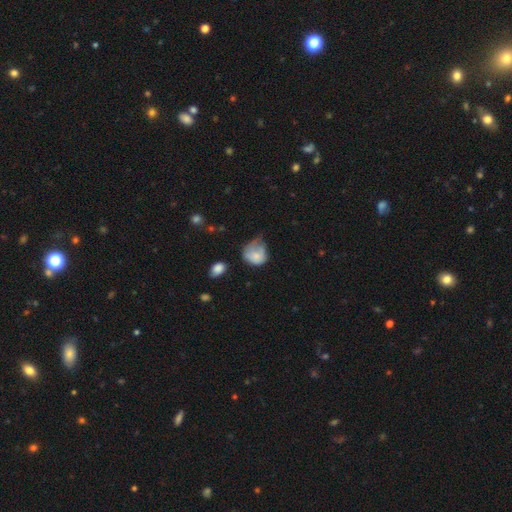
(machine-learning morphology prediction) Q: Smooth or featured?
A: smooth (72%); runner-up: featured or disk (20%)
Q: How rounded?
A: round (63%); runner-up: in between (36%)
Q: Merging?
A: minor disturbance (40%); runner-up: major disturbance (33%)